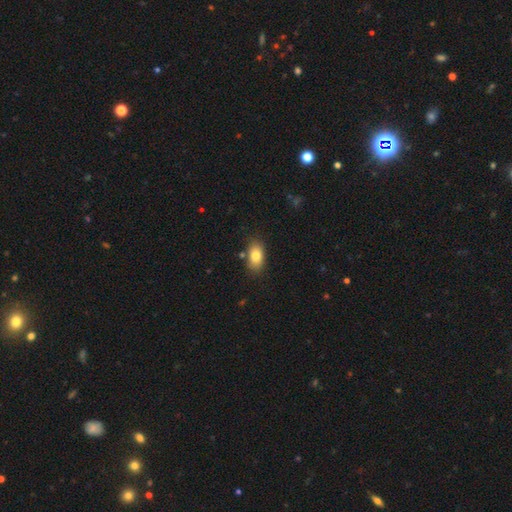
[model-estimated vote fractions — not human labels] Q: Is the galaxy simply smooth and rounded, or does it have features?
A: smooth — 82%.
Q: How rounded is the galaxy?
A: in between — 89%.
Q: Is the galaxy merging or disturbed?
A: none — 80%.